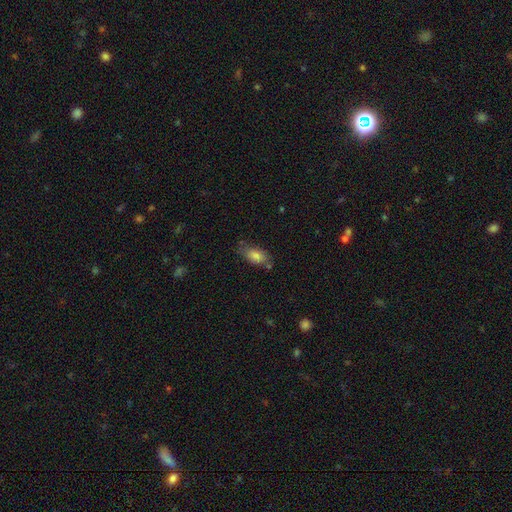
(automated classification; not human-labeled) A smooth galaxy with no disk features (81%) that is in between round and cigar-shaped (88%). Merging: none (64%).